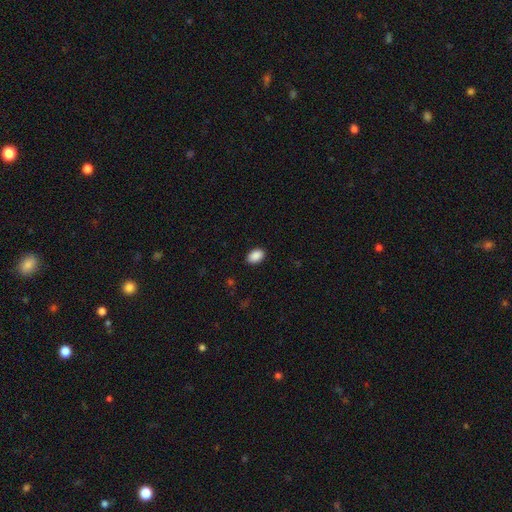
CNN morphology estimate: Smooth or featured? Predicted: smooth (p=0.90). How rounded? Predicted: in between (p=0.88). Merging? Predicted: none (p=0.89).